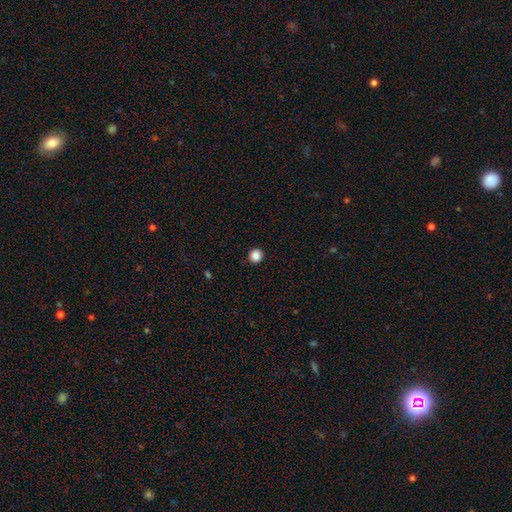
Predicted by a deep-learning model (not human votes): smooth-or-featured: smooth: 86% | star or artifact: 11% | featured or disk: 3%
  how-rounded: round: 93% | in between: 6% | cigar-shaped: 1%
  merging: none: 92% | minor disturbance: 5% | major disturbance: 2% | merger: 1%